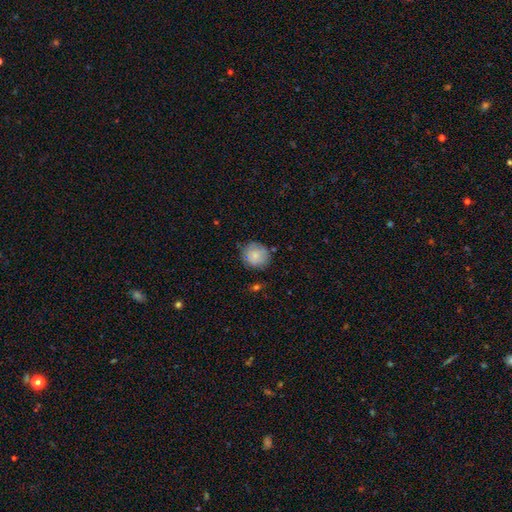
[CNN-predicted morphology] type=smooth (78%); roundness=round (89%); merging=none (76%).